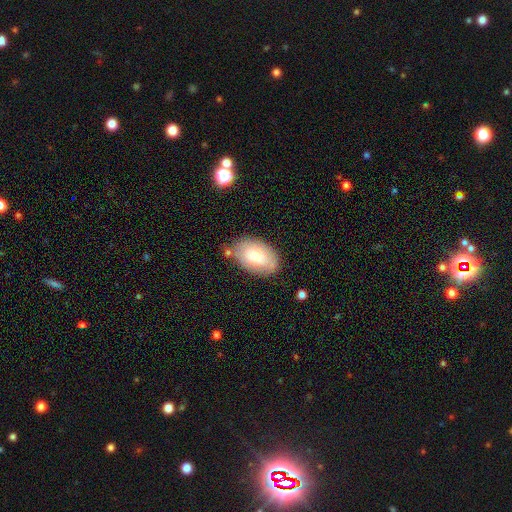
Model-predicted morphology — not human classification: A smooth galaxy with no disk features (71%) that is in between round and cigar-shaped (91%).

Vote fractions:
- Smooth or featured? smooth: 71% / featured or disk: 22% / star or artifact: 7%
- How rounded? in between: 91% / round: 8% / cigar-shaped: 1%
- Merging? none: 71% / minor disturbance: 19% / merger: 5% / major disturbance: 5%